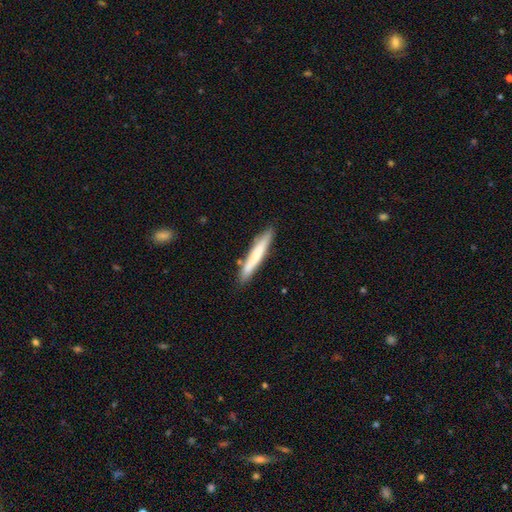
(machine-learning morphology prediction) The model was most divided on "smooth or featured": smooth: 67%, featured or disk: 27%, star or artifact: 6%. More confident: how rounded — cigar-shaped (95%); merging — none (86%).